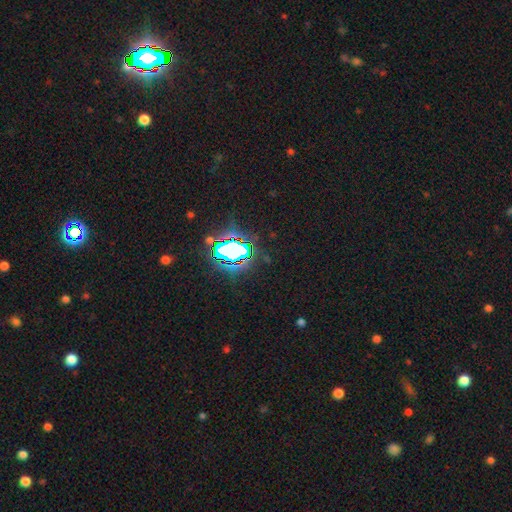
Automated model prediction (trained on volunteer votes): A star or artifact, not a galaxy (83%).

Vote fractions:
- Smooth or featured? star or artifact: 83% / smooth: 10% / featured or disk: 7%